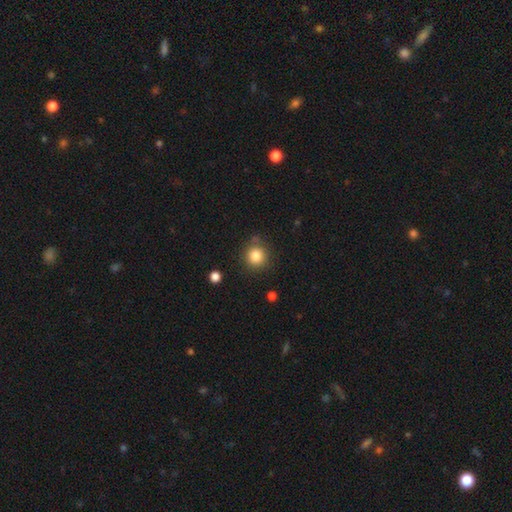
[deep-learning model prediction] smooth-or-featured: smooth: 83% | star or artifact: 11% | featured or disk: 6%
  how-rounded: round: 92% | in between: 7% | cigar-shaped: 1%
  merging: none: 80% | minor disturbance: 11% | merger: 5% | major disturbance: 4%